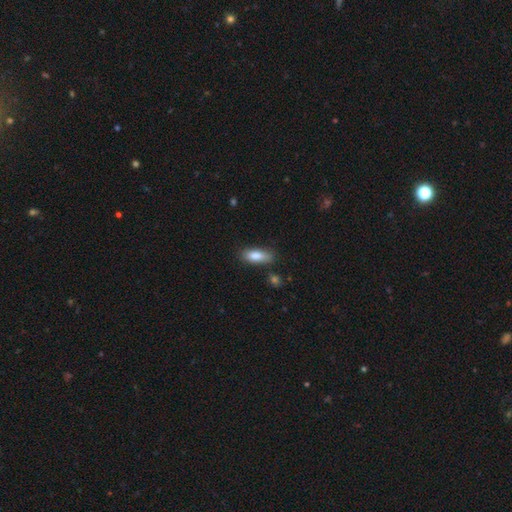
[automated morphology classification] A smooth galaxy with no disk features (84%) that is in between round and cigar-shaped (70%). Merging: none (76%).